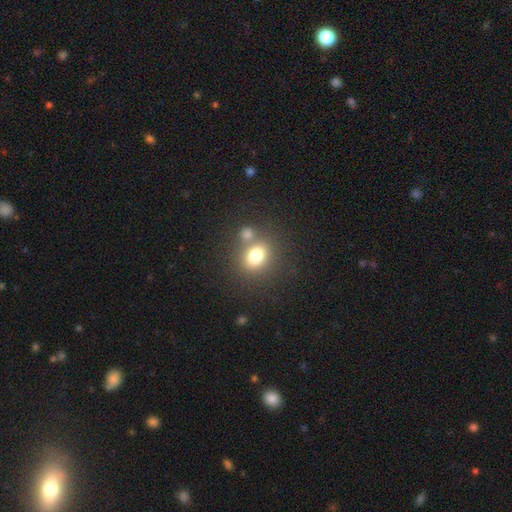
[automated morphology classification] The model was most divided on "how rounded": round: 59%, in between: 40%, cigar-shaped: 1%. More confident: smooth or featured — smooth (77%); merging — none (60%).